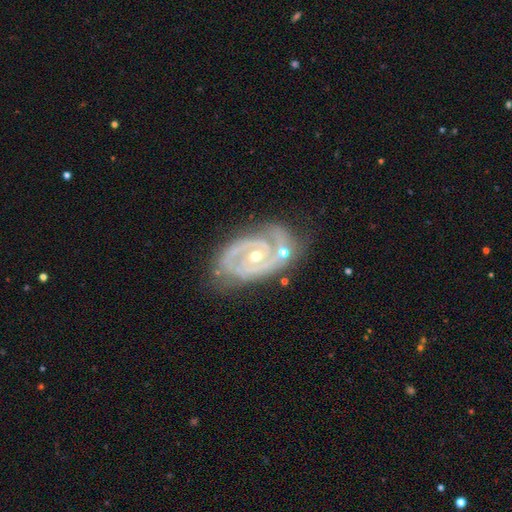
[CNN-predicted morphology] The model was most divided on "bulge size": small: 53%, moderate: 44%, large: 1%, none: 1%, dominant: 1%. More confident: edge-on disk — no (96%); spiral arms — yes (96%); smooth or featured — featured or disk (90%); spiral arm count — 2 (69%); spiral winding — tight (63%); bar — no (62%); merging — none (62%).